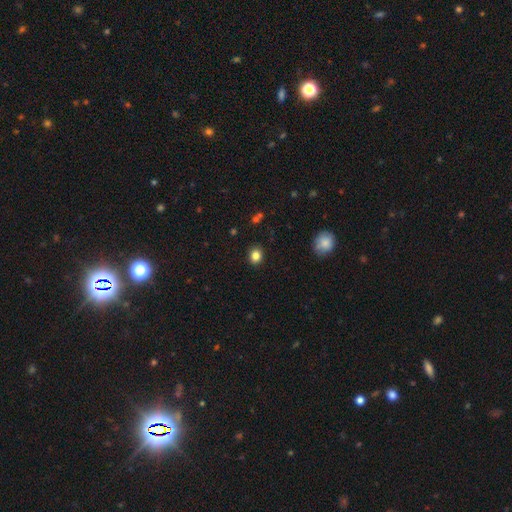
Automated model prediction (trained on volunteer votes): smooth-or-featured: smooth: 84% | star or artifact: 11% | featured or disk: 5%
  how-rounded: round: 71% | in between: 28% | cigar-shaped: 1%
  merging: none: 90% | minor disturbance: 7% | major disturbance: 2% | merger: 1%